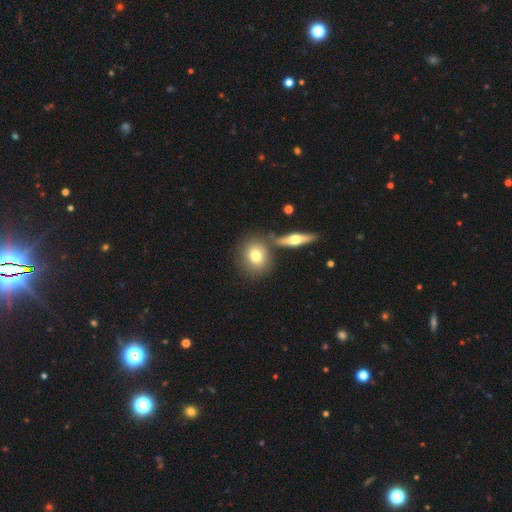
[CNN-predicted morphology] smooth_or_featured: smooth (p=0.73) [alt: featured or disk p=0.19]
how_rounded: round (p=0.69) [alt: in between p=0.28]
merging: none (p=0.69) [alt: merger p=0.17]